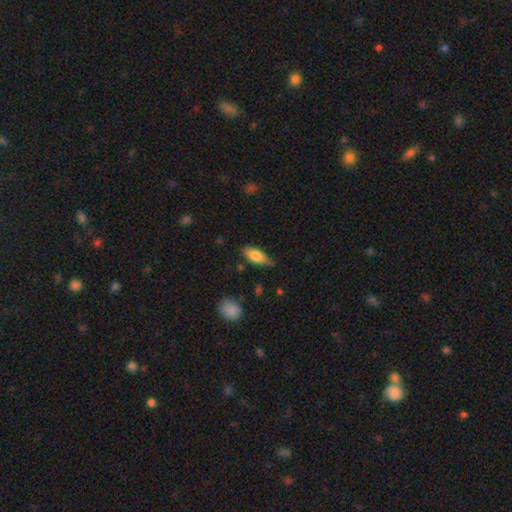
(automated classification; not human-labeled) Smooth or featured? Predicted: smooth (p=0.77). How rounded? Predicted: in between (p=0.78). Merging? Predicted: none (p=0.68).